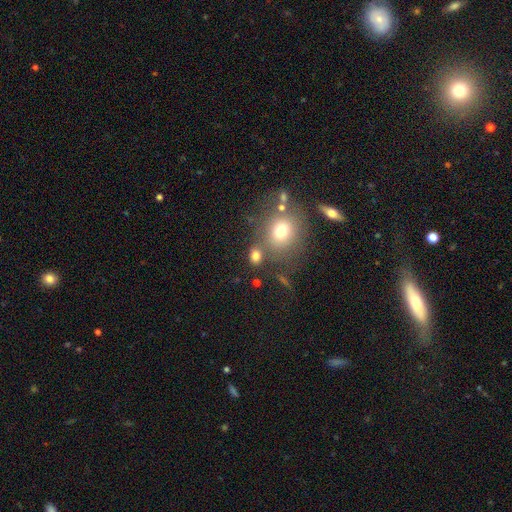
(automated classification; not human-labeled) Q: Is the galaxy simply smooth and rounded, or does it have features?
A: smooth — 75%.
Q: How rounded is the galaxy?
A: round — 49%.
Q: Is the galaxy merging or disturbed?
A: none — 61%.